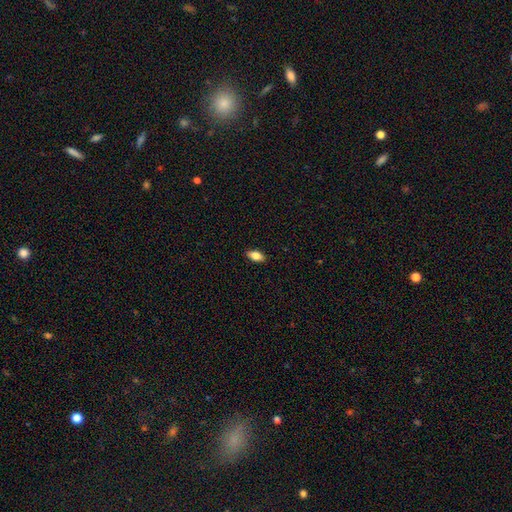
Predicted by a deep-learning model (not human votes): smooth-or-featured: smooth: 85% | featured or disk: 8% | star or artifact: 7%
  how-rounded: in between: 89% | cigar-shaped: 7% | round: 4%
  merging: none: 89% | minor disturbance: 9% | major disturbance: 2% | merger: 1%